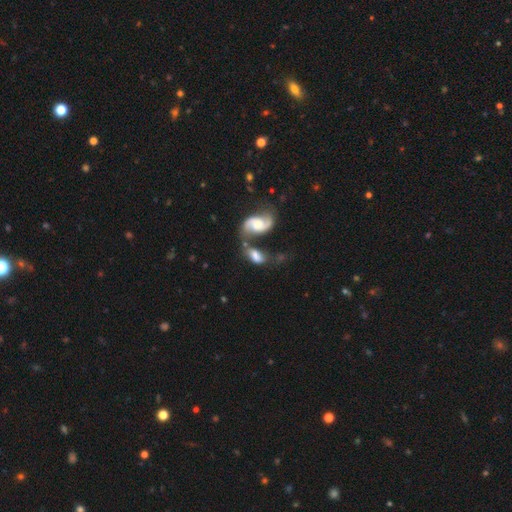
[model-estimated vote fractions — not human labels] smooth_or_featured: featured or disk (p=0.46) [tied with: smooth p=0.46]
merging: merger (p=0.44) [alt: none p=0.30]